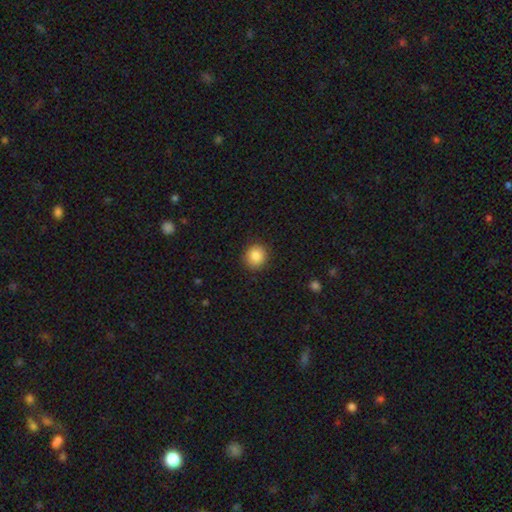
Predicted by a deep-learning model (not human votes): Smooth or featured: smooth — 86% (star or artifact — 9%)
How rounded: round — 89% (in between — 10%)
Merging: none — 89% (minor disturbance — 7%)